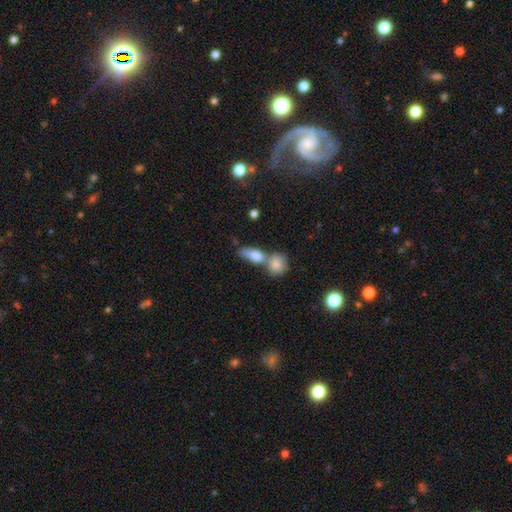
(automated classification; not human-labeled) The model was most divided on "merging": merger: 56%, none: 29%, minor disturbance: 10%, major disturbance: 5%. More confident: smooth or featured — smooth (79%); how rounded — in between (69%).